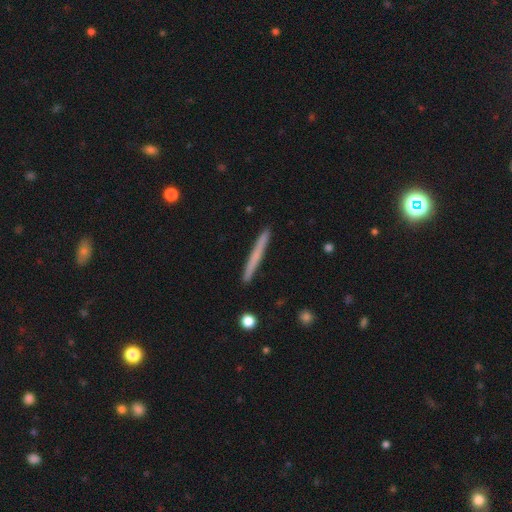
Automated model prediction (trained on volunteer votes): Smooth or featured?
  - smooth: 60% *
  - featured or disk: 34%
  - star or artifact: 6%
How rounded?
  - cigar-shaped: 97% *
  - in between: 2%
  - round: 1%
Merging?
  - none: 92% *
  - minor disturbance: 6%
  - merger: 1%
  - major disturbance: 1%